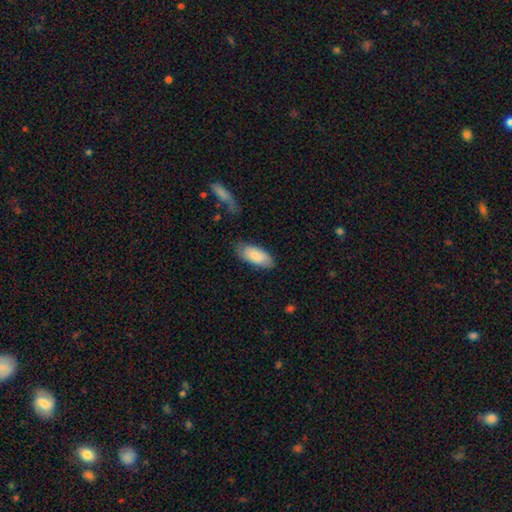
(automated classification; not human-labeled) Morphology: type=smooth (78%); roundness=in between (88%); merging=none (75%).